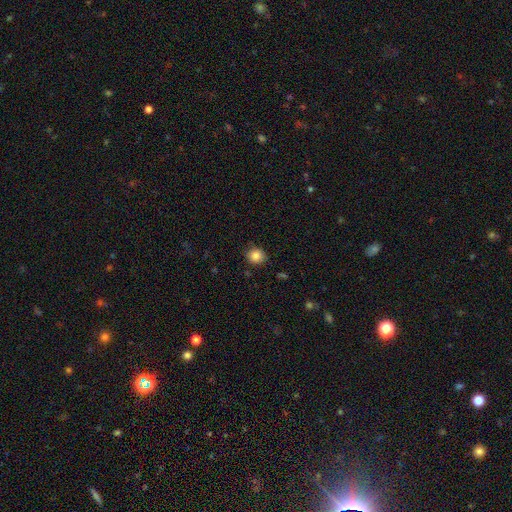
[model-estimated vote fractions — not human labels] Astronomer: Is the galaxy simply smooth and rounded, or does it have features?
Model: smooth — 84%.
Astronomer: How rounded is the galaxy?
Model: round — 83%.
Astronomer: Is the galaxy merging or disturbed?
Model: none — 87%.